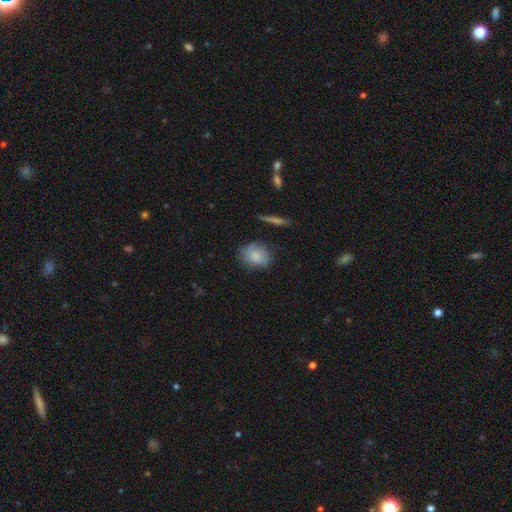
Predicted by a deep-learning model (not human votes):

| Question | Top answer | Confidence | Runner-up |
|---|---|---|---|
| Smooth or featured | smooth | 77% | featured or disk (15%) |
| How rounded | round | 50% | in between (49%) |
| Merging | none | 67% | minor disturbance (23%) |